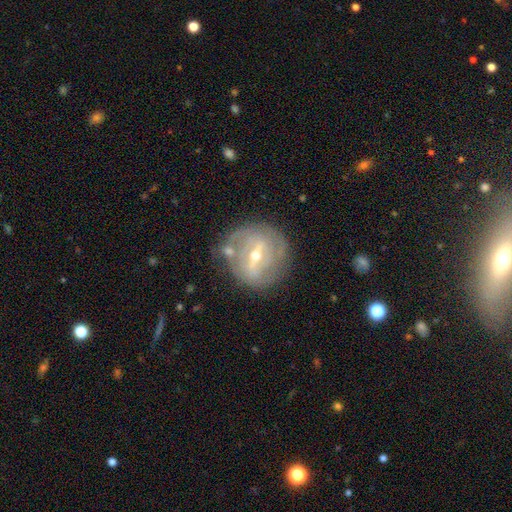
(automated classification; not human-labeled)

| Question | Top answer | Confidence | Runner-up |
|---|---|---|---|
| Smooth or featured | featured or disk | 81% | smooth (12%) |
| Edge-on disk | no | 94% | yes (6%) |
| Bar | strong | 47% | weak (40%) |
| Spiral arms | yes | 78% | no (22%) |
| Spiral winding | tight | 56% | medium (32%) |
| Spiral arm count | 2 | 42% | can't tell (35%) |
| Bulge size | moderate | 50% | small (47%) |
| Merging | none | 70% | minor disturbance (17%) |